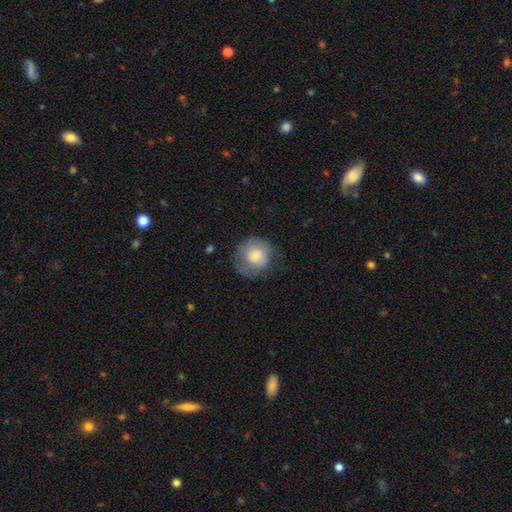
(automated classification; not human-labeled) A smooth galaxy with no disk features (72%) that is round (89%).

Vote fractions:
- Smooth or featured? smooth: 72% / featured or disk: 21% / star or artifact: 7%
- How rounded? round: 89% / in between: 10% / cigar-shaped: 1%
- Merging? none: 57% / minor disturbance: 26% / major disturbance: 15% / merger: 1%